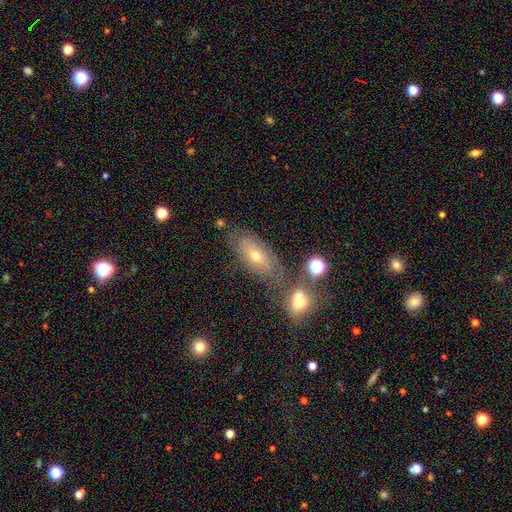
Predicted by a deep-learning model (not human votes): Q: Smooth or featured?
A: featured or disk (50%); runner-up: smooth (37%)
Q: Edge-on disk?
A: no (83%); runner-up: yes (17%)
Q: Merging?
A: none (59%); runner-up: minor disturbance (19%)